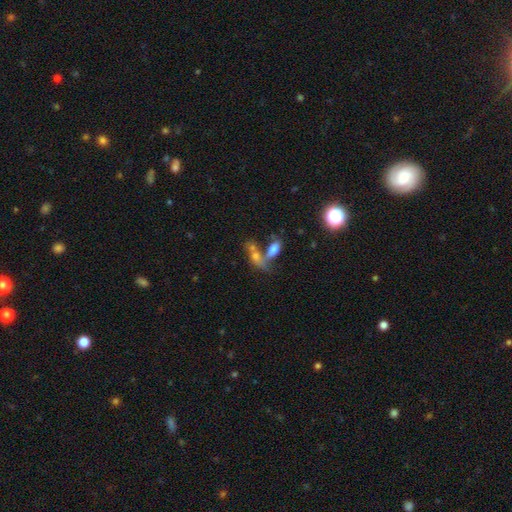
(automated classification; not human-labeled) A smooth galaxy with no disk features (59%) that is in between round and cigar-shaped (67%).

Vote fractions:
- Smooth or featured? smooth: 59% / featured or disk: 25% / star or artifact: 16%
- How rounded? in between: 67% / cigar-shaped: 22% / round: 11%
- Merging? merger: 50% / none: 32% / minor disturbance: 10% / major disturbance: 8%